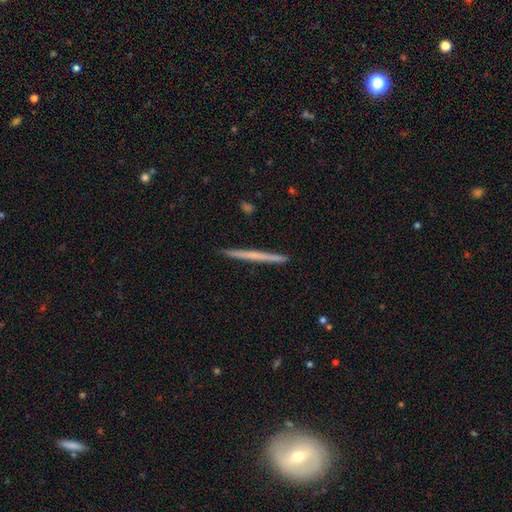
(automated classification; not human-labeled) Overall: smooth (48%; featured or disk 47%). Merging: none (93%).